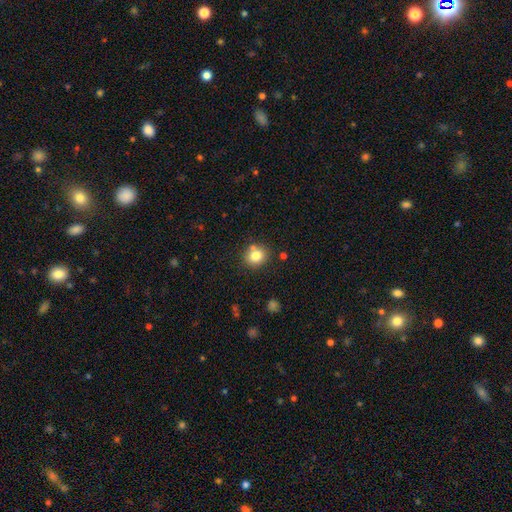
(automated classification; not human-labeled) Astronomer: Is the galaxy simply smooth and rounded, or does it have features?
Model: smooth — 80%.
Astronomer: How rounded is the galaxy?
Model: round — 78%.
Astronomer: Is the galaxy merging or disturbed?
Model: none — 75%.